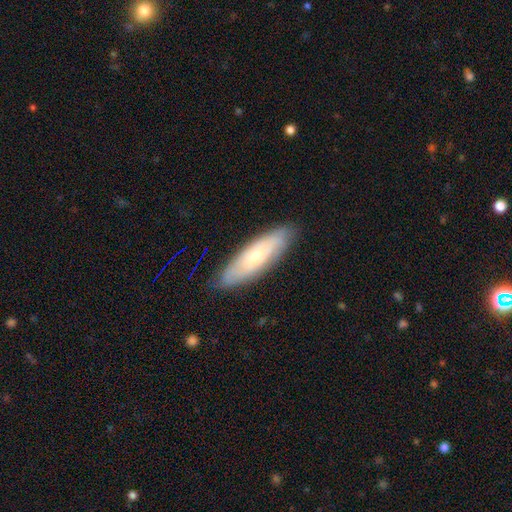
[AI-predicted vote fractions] Morphology: type=smooth (54%); roundness=cigar-shaped (54%); merging=none (84%).